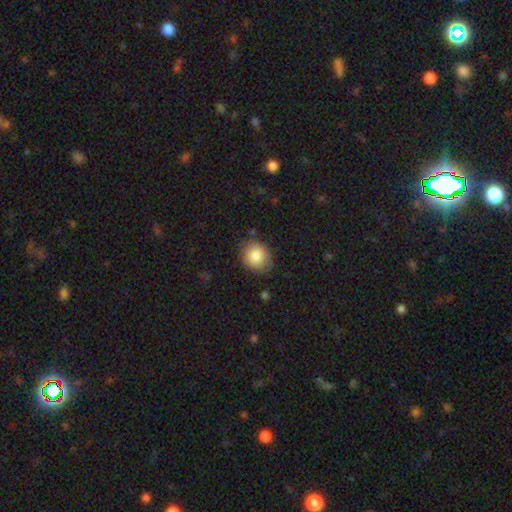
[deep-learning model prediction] This appears to be a smooth galaxy with no disk features (84%) that is round (70%). Merging: none (80%).